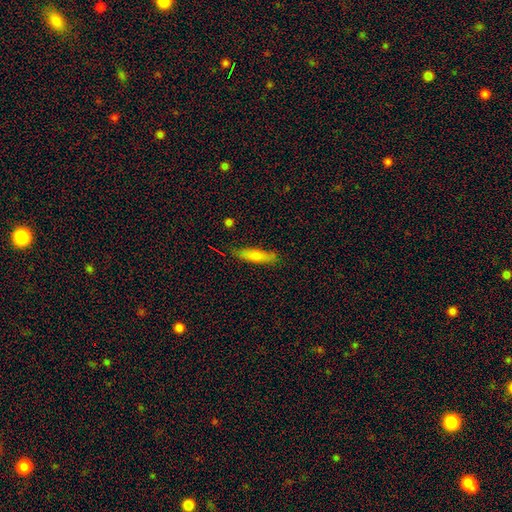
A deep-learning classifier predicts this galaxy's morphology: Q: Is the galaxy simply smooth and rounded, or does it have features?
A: smooth — 75%.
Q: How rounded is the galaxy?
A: cigar-shaped — 71%.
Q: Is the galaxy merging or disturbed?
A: none — 79%.